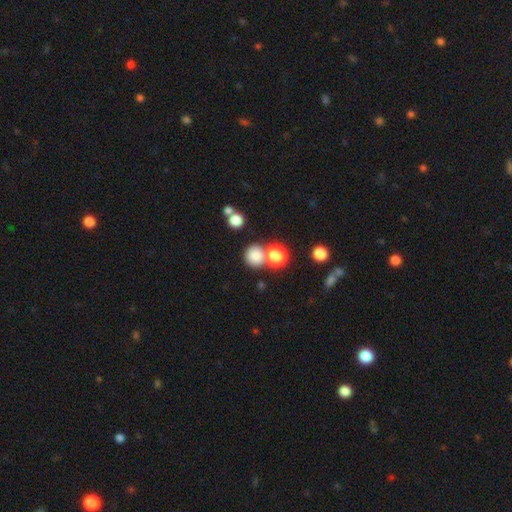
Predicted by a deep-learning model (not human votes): smooth 81%, star or artifact 13%, featured or disk 6%. Down the decision tree: how rounded — round (88%); merging — none (59%).